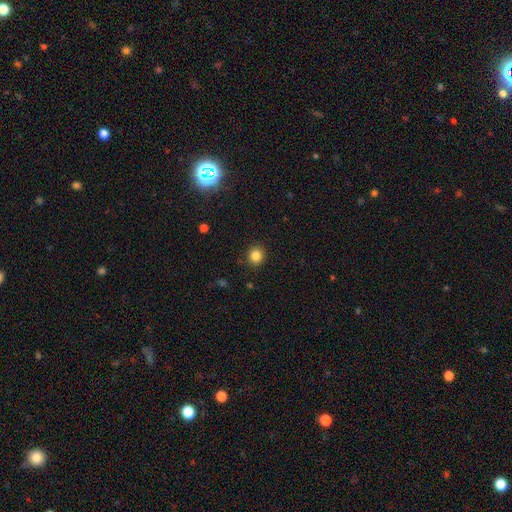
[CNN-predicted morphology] The model was most divided on "smooth or featured": smooth: 84%, star or artifact: 11%, featured or disk: 4%. More confident: merging — none (90%); how rounded — round (87%).